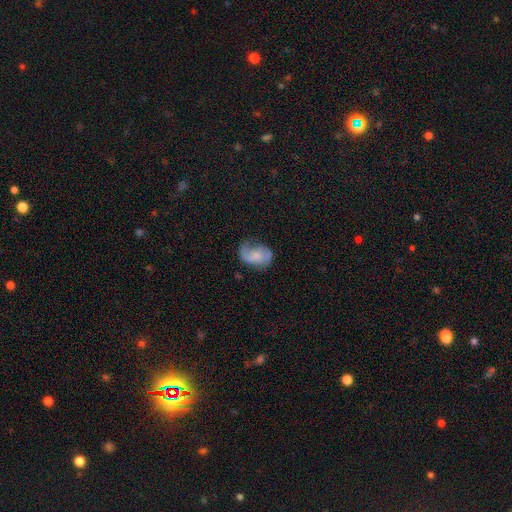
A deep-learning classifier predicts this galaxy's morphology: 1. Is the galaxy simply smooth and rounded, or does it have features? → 52% featured or disk, 40% smooth, 8% star or artifact.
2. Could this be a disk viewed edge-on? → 97% no, 3% yes.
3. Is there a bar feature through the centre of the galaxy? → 66% no, 29% weak, 6% strong.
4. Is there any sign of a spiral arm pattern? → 83% yes, 17% no.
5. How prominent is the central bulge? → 36% small, 30% moderate, 24% none, 8% large, 2% dominant.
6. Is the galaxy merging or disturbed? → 54% none, 28% minor disturbance, 16% major disturbance, 2% merger.